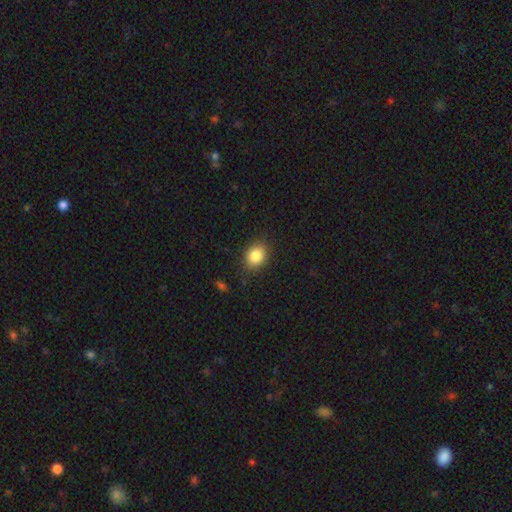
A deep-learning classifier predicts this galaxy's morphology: smooth-or-featured: smooth: 85% | star or artifact: 9% | featured or disk: 6%
  how-rounded: in between: 53% | round: 46% | cigar-shaped: 1%
  merging: none: 84% | minor disturbance: 12% | major disturbance: 3% | merger: 1%